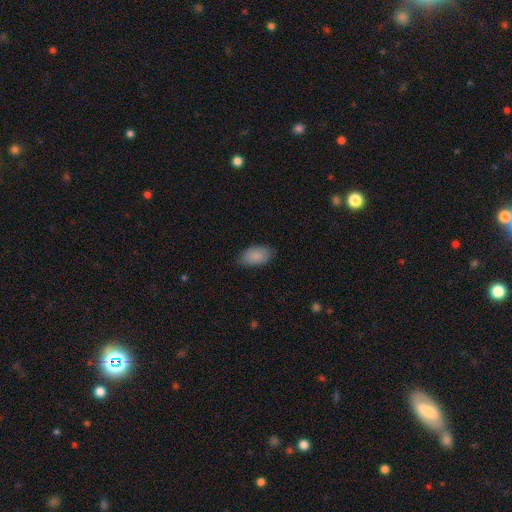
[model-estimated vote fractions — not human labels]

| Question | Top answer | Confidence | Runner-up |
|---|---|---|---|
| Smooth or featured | smooth | 88% | star or artifact (6%) |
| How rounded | in between | 94% | round (4%) |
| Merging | none | 76% | minor disturbance (20%) |